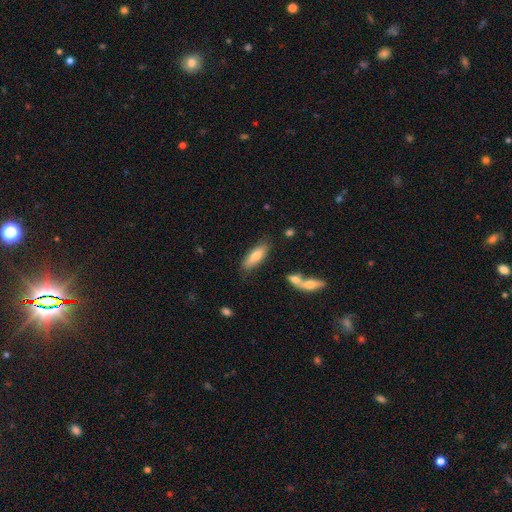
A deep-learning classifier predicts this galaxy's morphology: Q: Smooth or featured?
A: smooth (75%); runner-up: featured or disk (19%)
Q: How rounded?
A: in between (57%); runner-up: cigar-shaped (41%)
Q: Merging?
A: none (78%); runner-up: minor disturbance (13%)